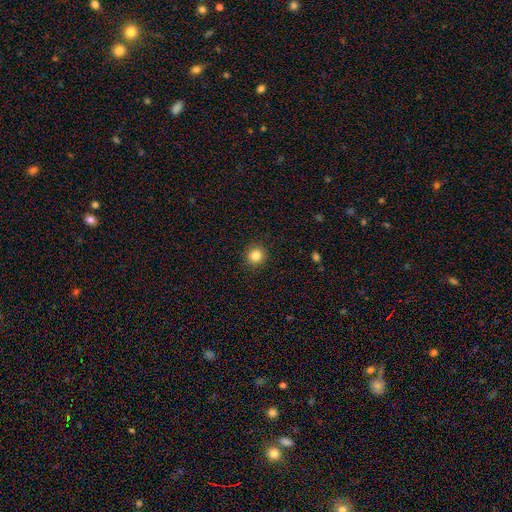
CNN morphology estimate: Smooth or featured? Predicted: smooth (p=0.84). How rounded? Predicted: round (p=0.91). Merging? Predicted: none (p=0.91).